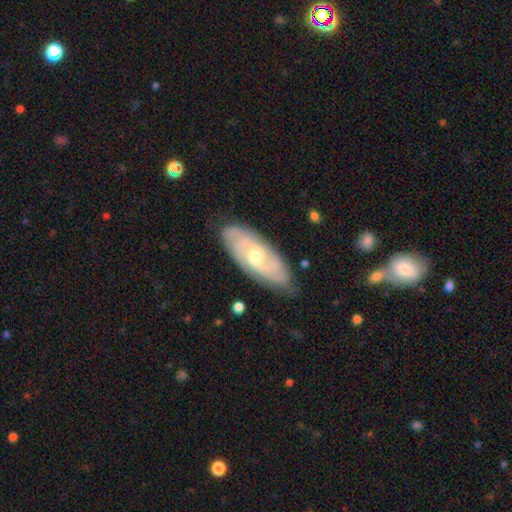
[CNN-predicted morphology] Smooth or featured? featured or disk (74%)
Edge-on disk? no (89%)
Bar? no (53%)
Spiral arms? yes (91%)
Spiral winding? tight (49%)
Spiral arm count? 2 (44%)
Bulge size? moderate (58%)
Merging? none (79%)